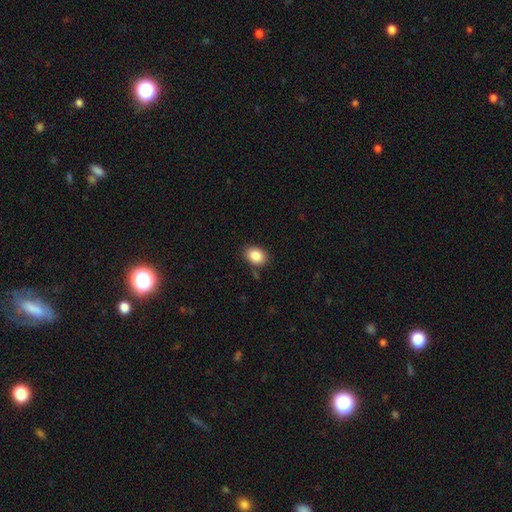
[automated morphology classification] Smooth or featured: smooth — 87% (star or artifact — 8%)
How rounded: in between — 71% (round — 28%)
Merging: none — 83% (minor disturbance — 12%)